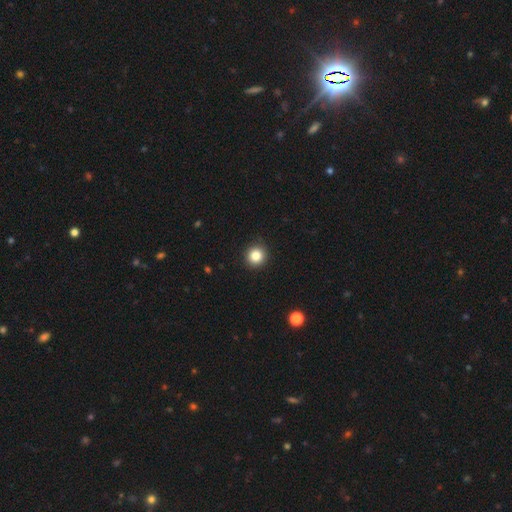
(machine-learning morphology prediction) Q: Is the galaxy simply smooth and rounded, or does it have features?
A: smooth — 84%.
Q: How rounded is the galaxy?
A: round — 92%.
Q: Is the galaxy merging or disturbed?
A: none — 92%.